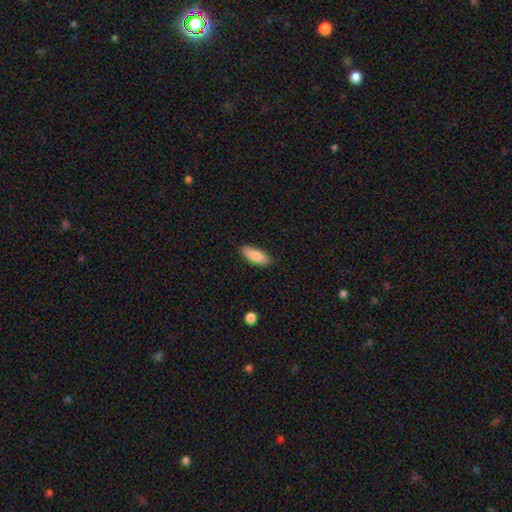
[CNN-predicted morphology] Smooth or featured? Predicted: smooth (p=0.86). How rounded? Predicted: in between (p=0.74). Merging? Predicted: none (p=0.83).